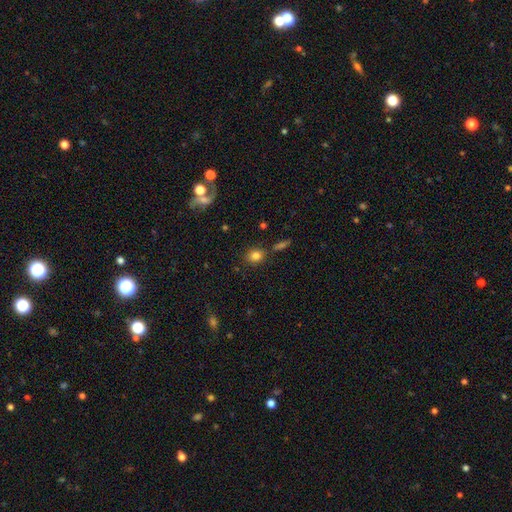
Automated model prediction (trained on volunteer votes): Smooth or featured?
  - smooth: 82% *
  - star or artifact: 11%
  - featured or disk: 7%
How rounded?
  - round: 62% *
  - in between: 36%
  - cigar-shaped: 1%
Merging?
  - none: 79% *
  - minor disturbance: 11%
  - merger: 6%
  - major disturbance: 3%